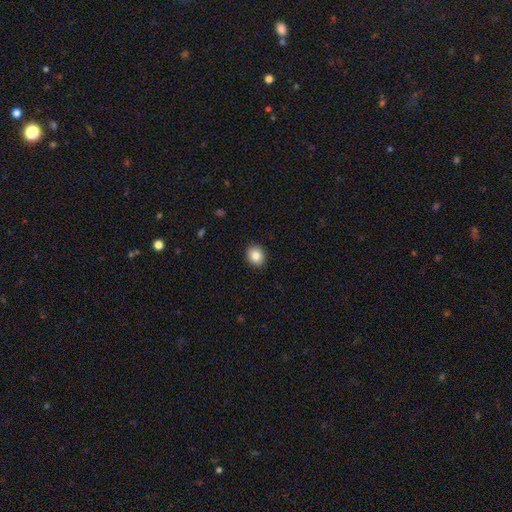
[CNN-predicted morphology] Smooth or featured? Predicted: smooth (p=0.85). How rounded? Predicted: round (p=0.60). Merging? Predicted: none (p=0.91).